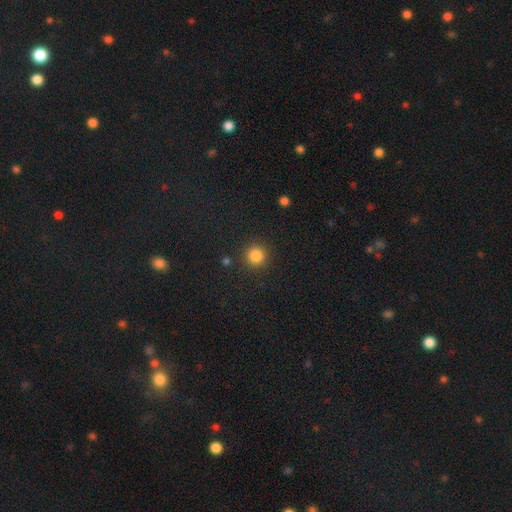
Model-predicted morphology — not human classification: This appears to be a smooth galaxy with no disk features (85%) that is round (94%). Merging: none (89%).